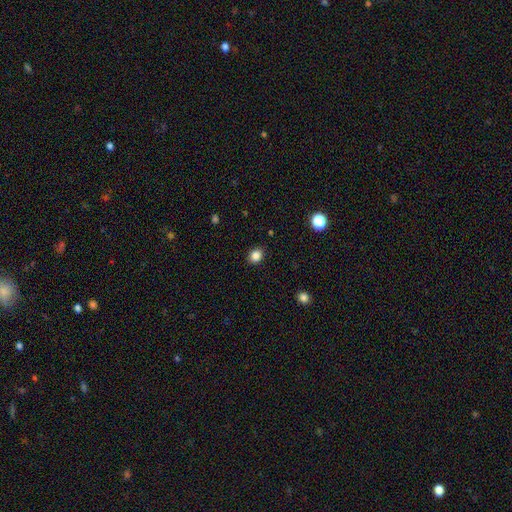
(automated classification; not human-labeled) A smooth galaxy with no disk features (85%) that is round (56%).

Vote fractions:
- Smooth or featured? smooth: 85% / star or artifact: 11% / featured or disk: 4%
- How rounded? round: 56% / in between: 43% / cigar-shaped: 1%
- Merging? none: 89% / minor disturbance: 8% / major disturbance: 2% / merger: 1%